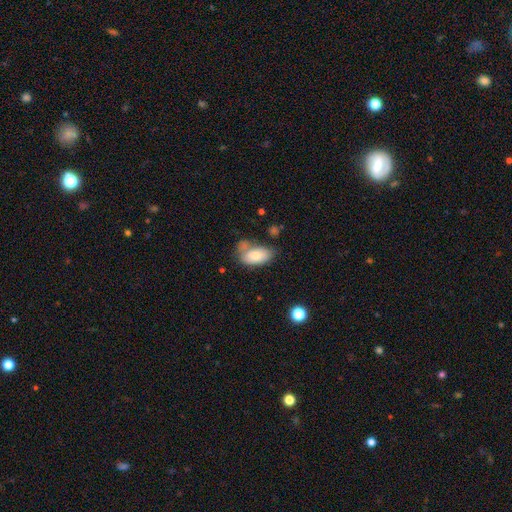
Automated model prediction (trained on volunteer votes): Morphology: type=smooth (73%); roundness=in between (93%); merging=none (41%).